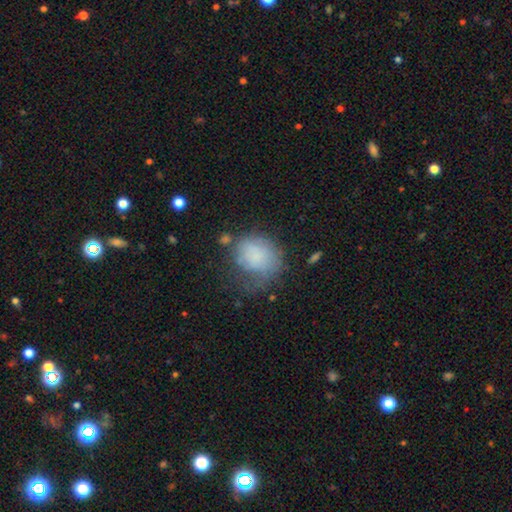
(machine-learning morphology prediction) Smooth or featured? Predicted: smooth (p=0.69). How rounded? Predicted: round (p=0.57). Merging? Predicted: major disturbance (p=0.34).